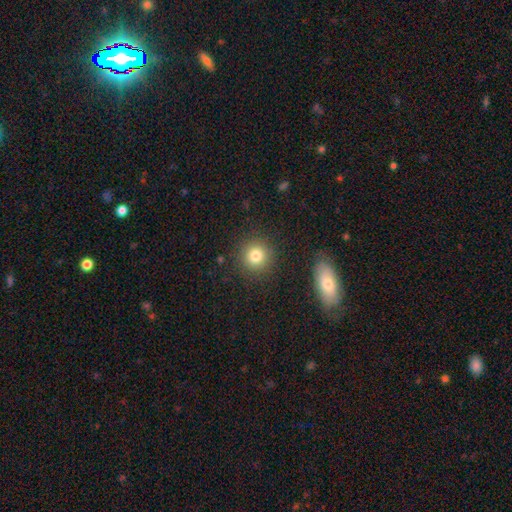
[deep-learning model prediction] This is clearly a smooth galaxy (81%). How rounded: clearly round (92%). Merging: clearly none (88%).